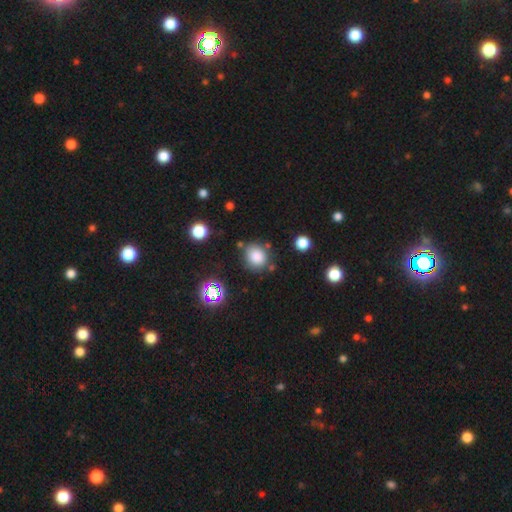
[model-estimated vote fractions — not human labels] smooth-or-featured: smooth: 82% | star or artifact: 13% | featured or disk: 6%
  how-rounded: round: 76% | in between: 23% | cigar-shaped: 1%
  merging: none: 75% | minor disturbance: 13% | merger: 7% | major disturbance: 4%